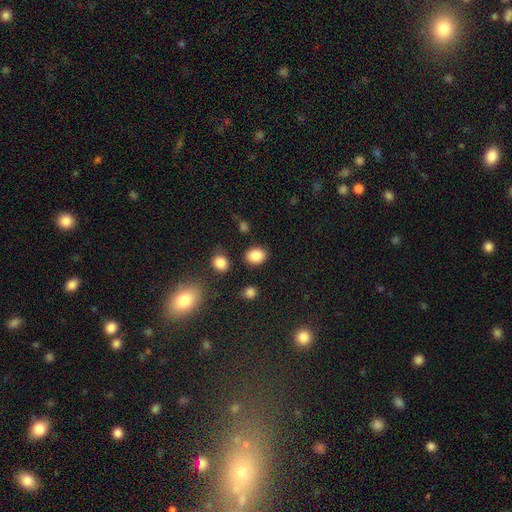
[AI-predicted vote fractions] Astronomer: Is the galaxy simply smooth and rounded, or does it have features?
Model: smooth — 85%.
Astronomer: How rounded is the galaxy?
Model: in between — 51% (runner-up: round, 48%).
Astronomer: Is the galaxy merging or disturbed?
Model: none — 84%.